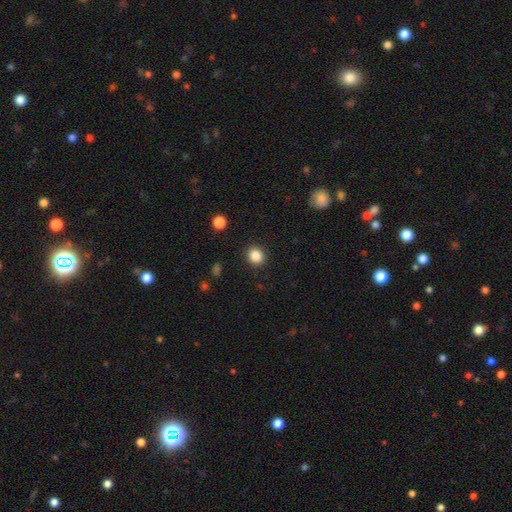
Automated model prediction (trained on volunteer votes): The model was most divided on "how rounded": round: 75%, in between: 24%, cigar-shaped: 1%. More confident: merging — none (90%); smooth or featured — smooth (86%).